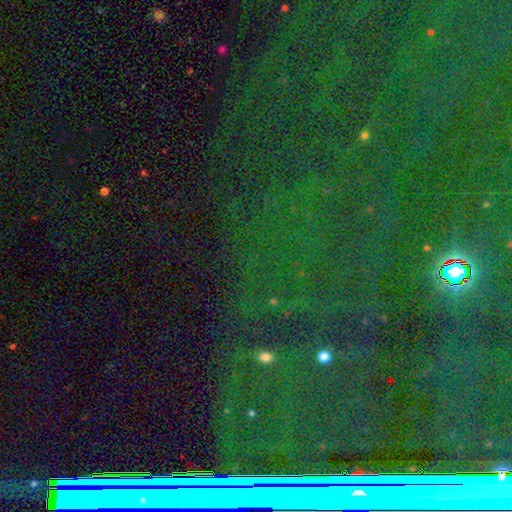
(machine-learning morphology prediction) A star or artifact, not a galaxy (81%).